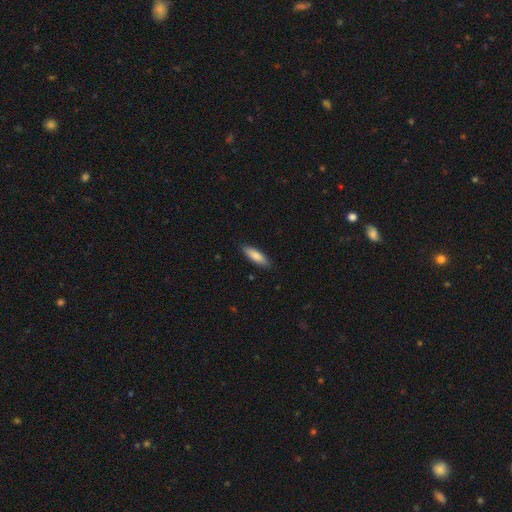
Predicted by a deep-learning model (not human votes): Smooth or featured? Predicted: smooth (p=0.84). How rounded? Predicted: cigar-shaped (p=0.52). Merging? Predicted: none (p=0.87).